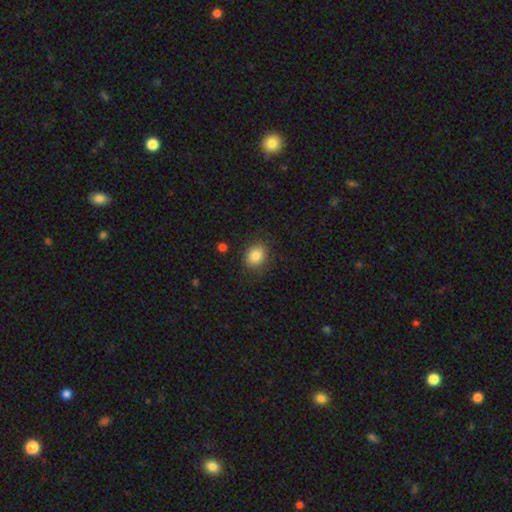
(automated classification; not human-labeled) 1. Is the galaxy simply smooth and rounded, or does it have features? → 85% smooth, 9% star or artifact, 6% featured or disk.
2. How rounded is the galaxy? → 52% round, 47% in between, 1% cigar-shaped.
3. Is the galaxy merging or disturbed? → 83% none, 12% minor disturbance, 4% major disturbance, 2% merger.